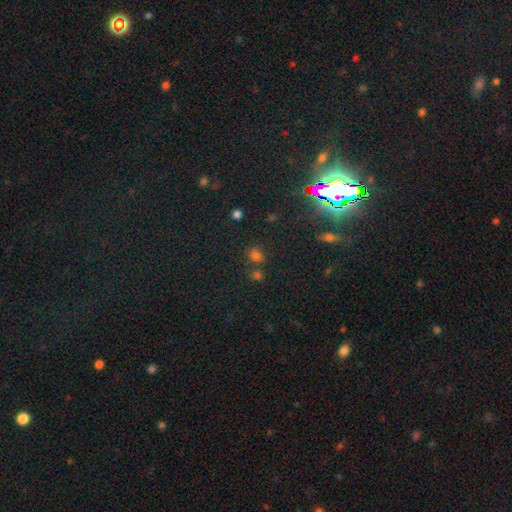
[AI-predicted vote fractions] Smooth or featured? Predicted: smooth (p=0.55). How rounded? Predicted: round (p=0.51). Merging? Predicted: none (p=0.66).